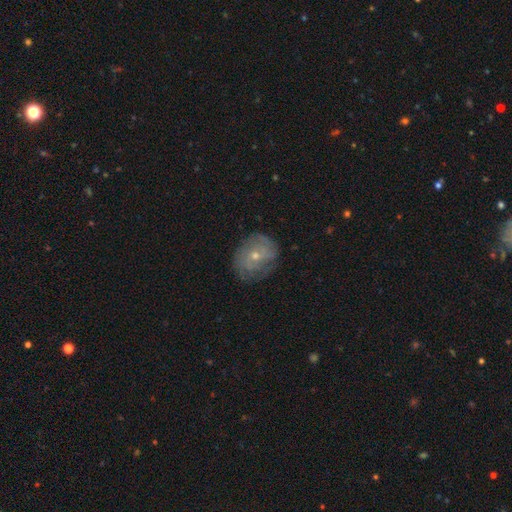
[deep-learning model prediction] Smooth or featured? featured or disk (62%)
Edge-on disk? no (96%)
Bar? no (74%)
Spiral arms? yes (75%)
Bulge size? small (60%)
Merging? none (71%)